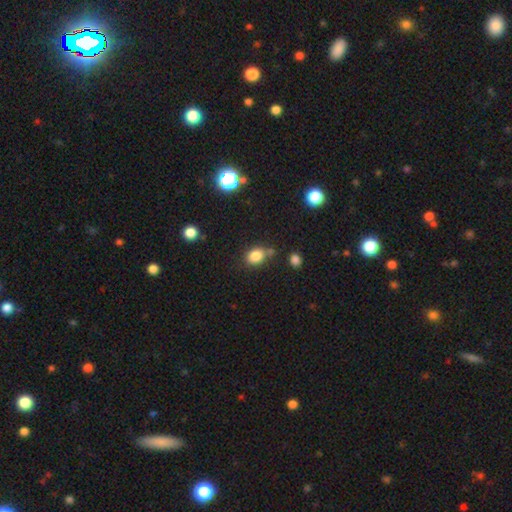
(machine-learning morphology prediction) Overall: smooth (83%). How rounded: in between (52%; round 46%). Merging: none (64%).